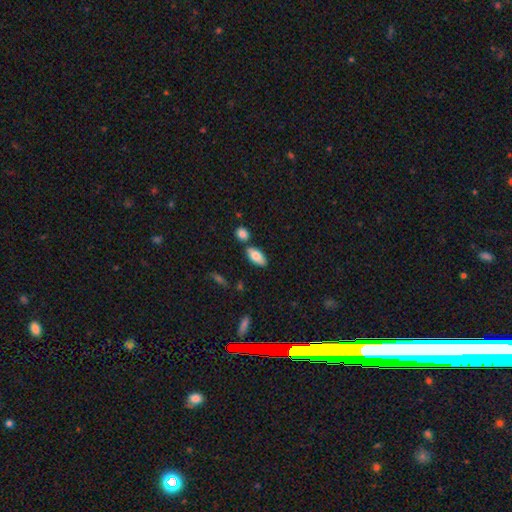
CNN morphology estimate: Smooth or featured: smooth — 78% (featured or disk — 16%)
How rounded: in between — 85% (cigar-shaped — 12%)
Merging: none — 74% (minor disturbance — 12%)